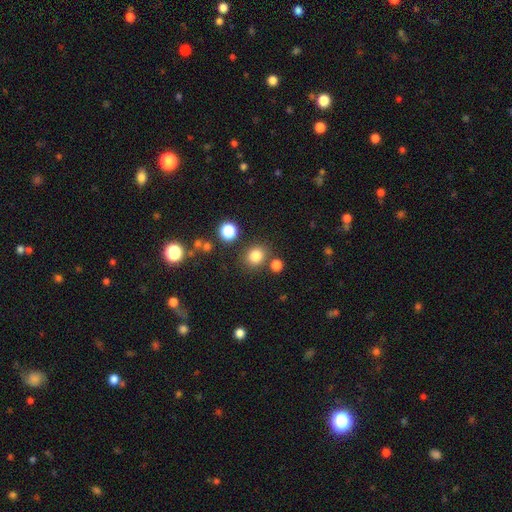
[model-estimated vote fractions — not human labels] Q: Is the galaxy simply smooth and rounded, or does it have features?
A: smooth — 81%.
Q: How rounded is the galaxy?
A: round — 77%.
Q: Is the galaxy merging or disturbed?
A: none — 80%.